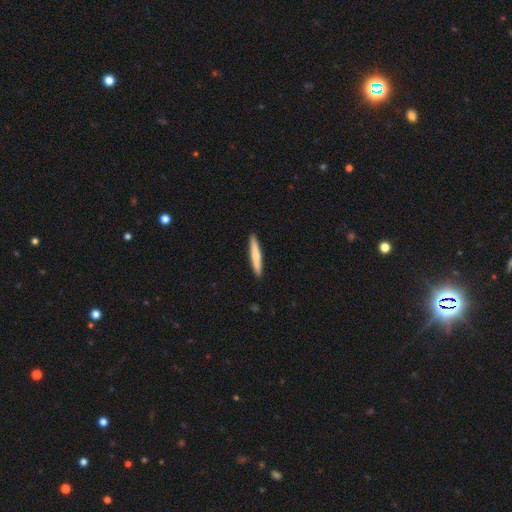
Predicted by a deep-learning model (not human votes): smooth-or-featured: smooth: 64% | featured or disk: 31% | star or artifact: 5%
  how-rounded: cigar-shaped: 94% | in between: 5% | round: 1%
  merging: none: 92% | minor disturbance: 6% | major disturbance: 1% | merger: 1%